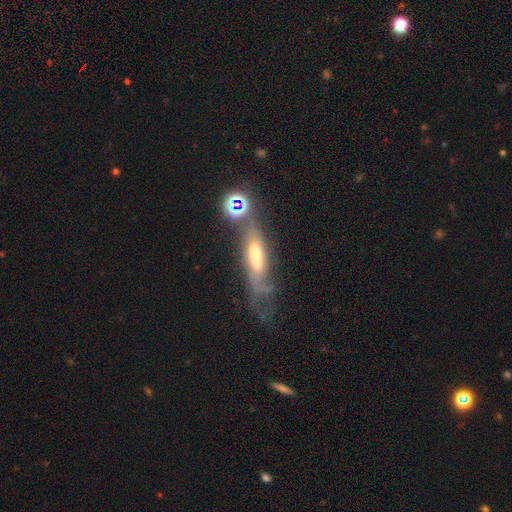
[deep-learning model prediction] The model was most divided on "merging": none: 35%, major disturbance: 28%, minor disturbance: 22%, merger: 14%. Remaining: smooth or featured — featured or disk (49%).